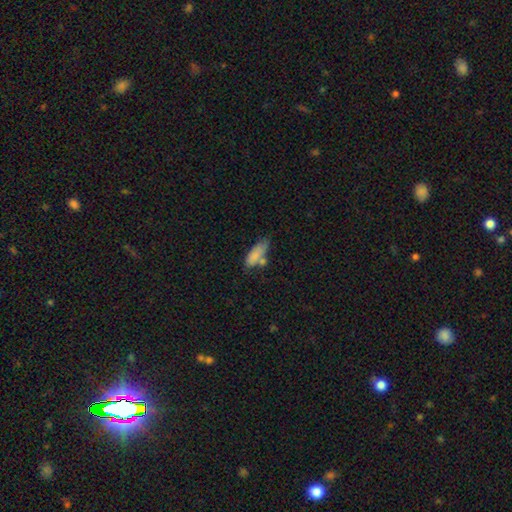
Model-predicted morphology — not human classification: smooth_or_featured: smooth (p=0.82) [alt: featured or disk p=0.11]
how_rounded: in between (p=0.68) [alt: cigar-shaped p=0.30]
merging: none (p=0.48) [alt: minor disturbance p=0.24]